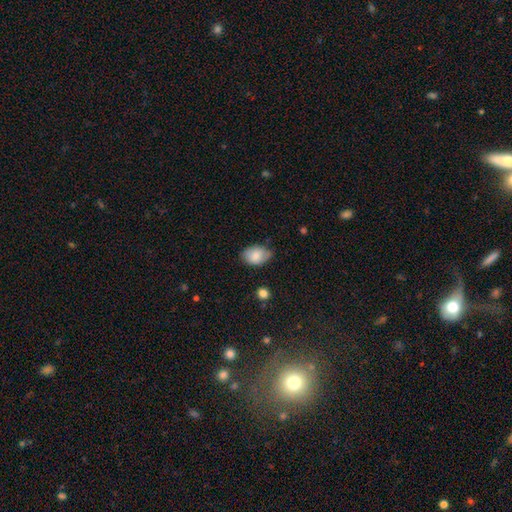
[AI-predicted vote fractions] Smooth or featured? smooth (80%)
How rounded? in between (85%)
Merging? none (70%)